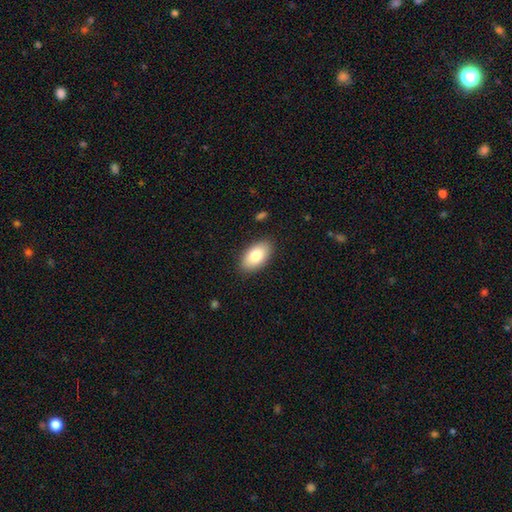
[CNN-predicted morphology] This is clearly a smooth galaxy (82%). How rounded: clearly in between (95%). Merging: clearly none (87%).